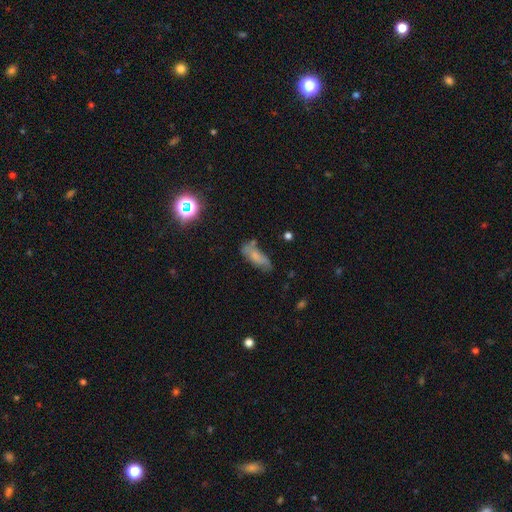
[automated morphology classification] Smooth or featured? smooth (63%)
How rounded? in between (70%)
Merging? none (52%)